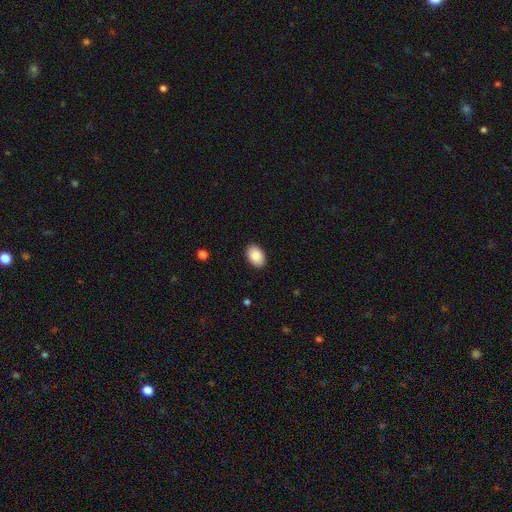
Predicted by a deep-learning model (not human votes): smooth-or-featured: smooth: 87% | star or artifact: 7% | featured or disk: 6%
  how-rounded: in between: 88% | round: 11% | cigar-shaped: 1%
  merging: none: 90% | minor disturbance: 7% | major disturbance: 2% | merger: 1%